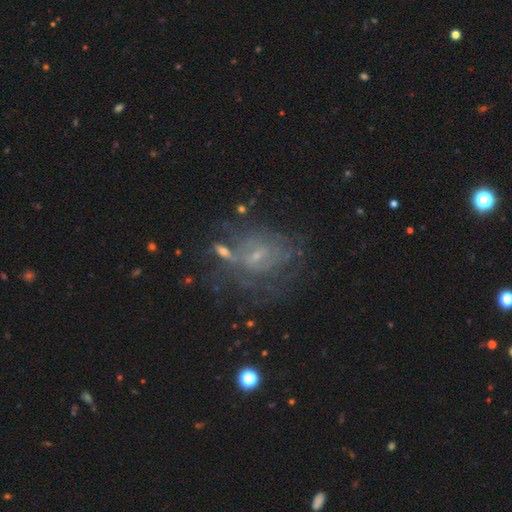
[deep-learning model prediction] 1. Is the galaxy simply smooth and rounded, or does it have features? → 56% featured or disk, 23% star or artifact, 20% smooth.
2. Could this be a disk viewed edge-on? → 96% no, 4% yes.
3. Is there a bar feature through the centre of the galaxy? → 59% no, 33% weak, 8% strong.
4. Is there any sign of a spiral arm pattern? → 54% yes, 46% no.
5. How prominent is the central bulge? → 67% small, 16% none, 15% moderate, 2% large, 1% dominant.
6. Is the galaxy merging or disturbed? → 56% none, 19% major disturbance, 18% minor disturbance, 7% merger.